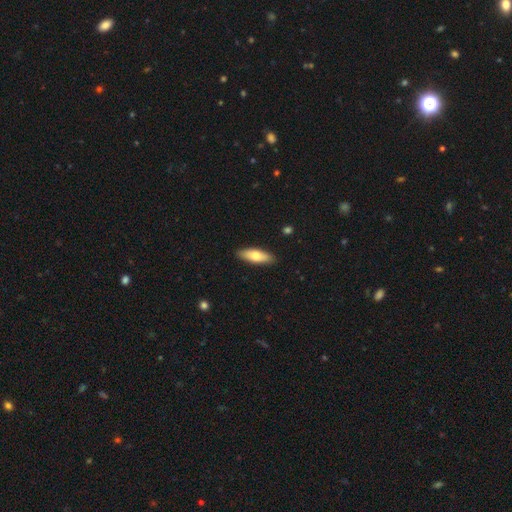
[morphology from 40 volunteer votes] Smooth or featured: smooth — 75% (featured or disk — 20%)
How rounded: in between — 53% (cigar-shaped — 47%)
Merging: none — 97% (minor disturbance — 3%)